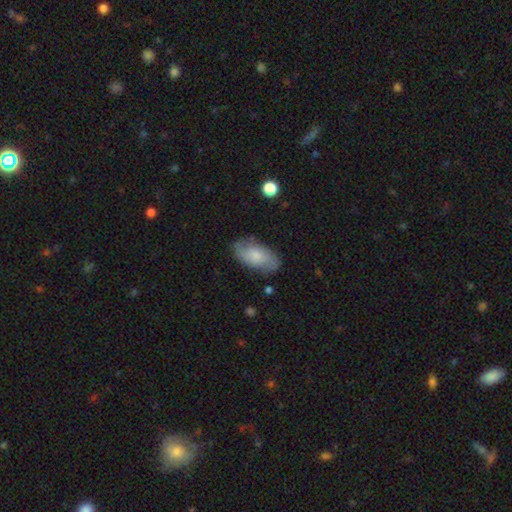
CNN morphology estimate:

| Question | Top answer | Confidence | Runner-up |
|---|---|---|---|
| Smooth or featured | smooth | 58% | featured or disk (35%) |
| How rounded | in between | 93% | round (4%) |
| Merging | none | 74% | minor disturbance (19%) |